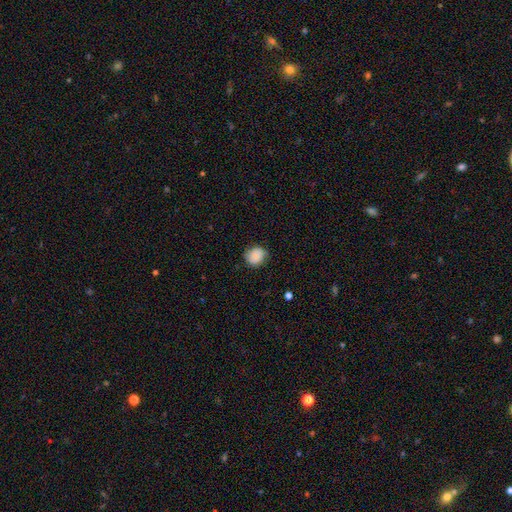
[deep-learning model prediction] Morphology: type=smooth (84%); roundness=round (70%); merging=none (74%).